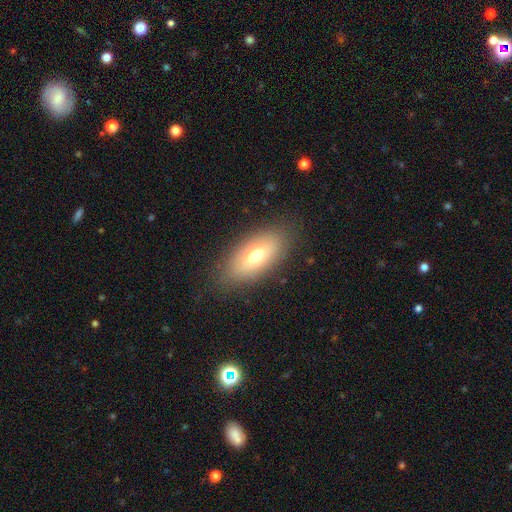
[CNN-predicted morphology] Smooth or featured: smooth — 68% (featured or disk — 23%)
How rounded: in between — 88% (cigar-shaped — 9%)
Merging: none — 84% (minor disturbance — 11%)